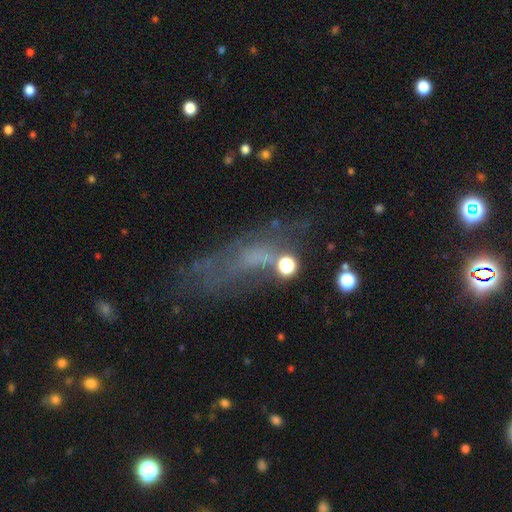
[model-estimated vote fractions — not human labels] Morphology: type=smooth (39%); merging=none (43%).